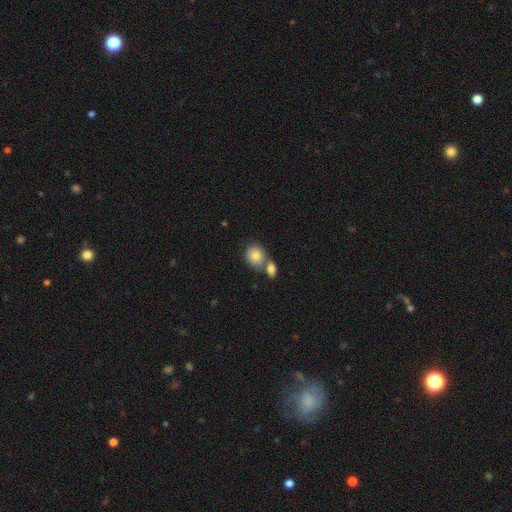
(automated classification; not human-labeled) This is clearly a smooth galaxy (81%). How rounded: likely round (67%). Merging: possibly none (48%).